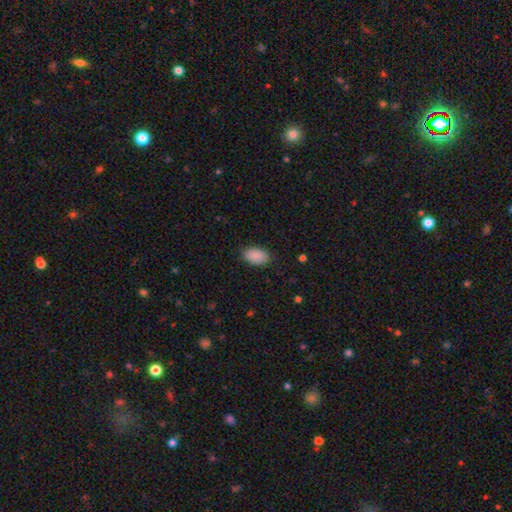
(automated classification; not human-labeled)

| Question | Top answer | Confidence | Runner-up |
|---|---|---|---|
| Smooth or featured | smooth | 90% | star or artifact (7%) |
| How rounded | in between | 92% | round (6%) |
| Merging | none | 86% | minor disturbance (10%) |